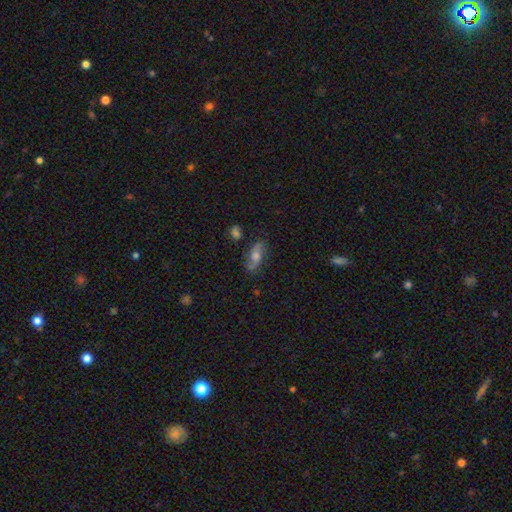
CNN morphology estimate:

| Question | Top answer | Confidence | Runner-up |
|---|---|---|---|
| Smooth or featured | featured or disk | 52% | smooth (38%) |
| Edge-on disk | no | 80% | yes (20%) |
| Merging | none | 78% | minor disturbance (15%) |